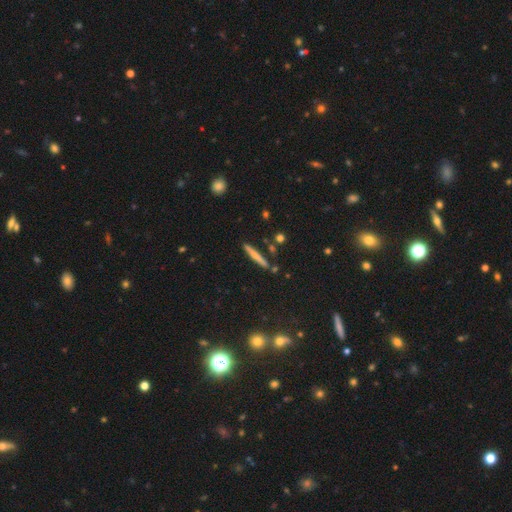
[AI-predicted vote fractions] Overall: smooth (58%; featured or disk 34%). How rounded: cigar-shaped (95%). Merging: none (86%).